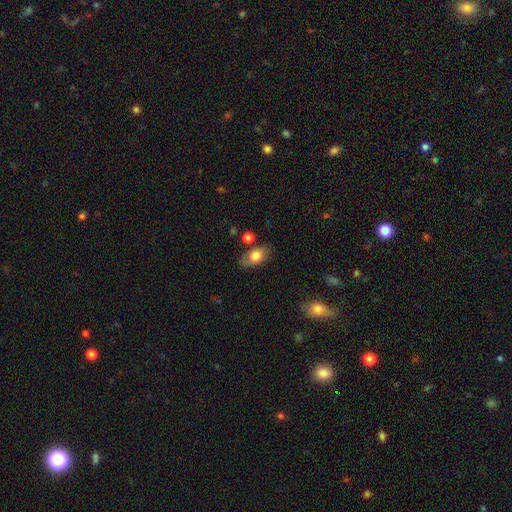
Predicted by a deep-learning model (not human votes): This is likely a smooth galaxy (75%). How rounded: clearly in between (87%). Merging: likely none (73%).